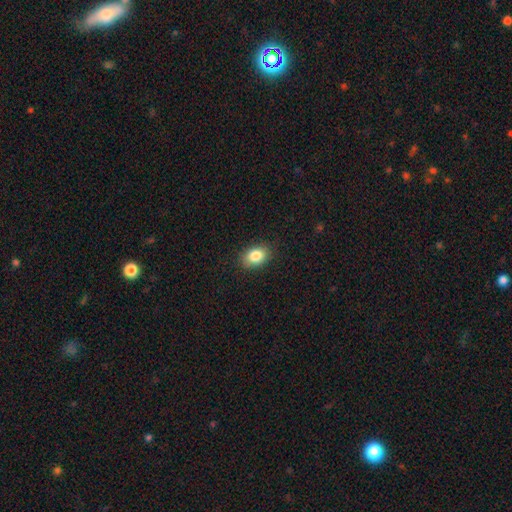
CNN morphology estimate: smooth_or_featured: smooth (p=0.85) [alt: star or artifact p=0.08]
how_rounded: in between (p=0.79) [alt: round p=0.19]
merging: none (p=0.87) [alt: minor disturbance p=0.10]